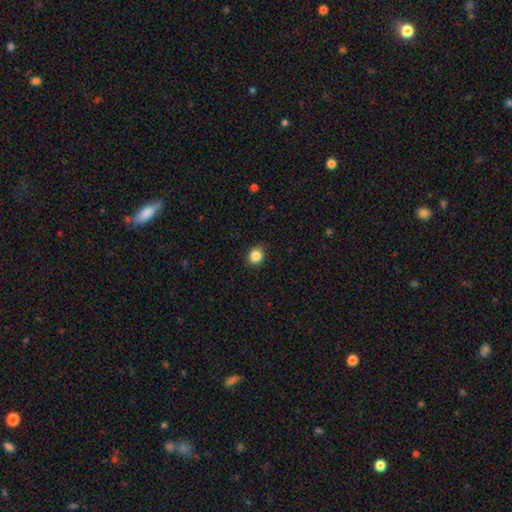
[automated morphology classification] Smooth or featured? Predicted: smooth (p=0.86). How rounded? Predicted: round (p=0.73). Merging? Predicted: none (p=0.87).